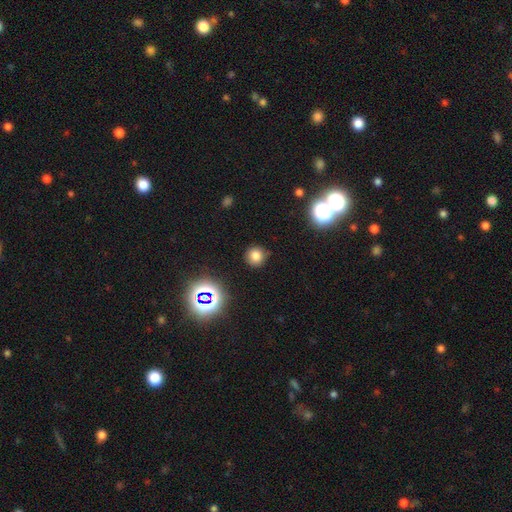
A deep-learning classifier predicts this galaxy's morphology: smooth 75%, star or artifact 19%, featured or disk 6%. Down the decision tree: how rounded — round (91%); merging — none (87%).